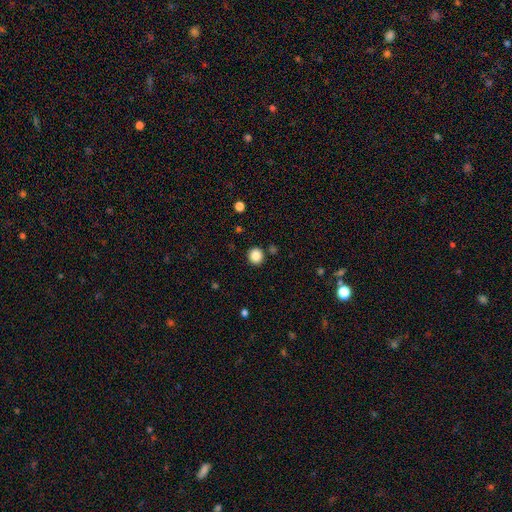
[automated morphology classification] A smooth galaxy with no disk features (86%) that is round (93%).

Vote fractions:
- Smooth or featured? smooth: 86% / star or artifact: 10% / featured or disk: 4%
- How rounded? round: 93% / in between: 6% / cigar-shaped: 1%
- Merging? none: 89% / minor disturbance: 6% / merger: 3% / major disturbance: 2%